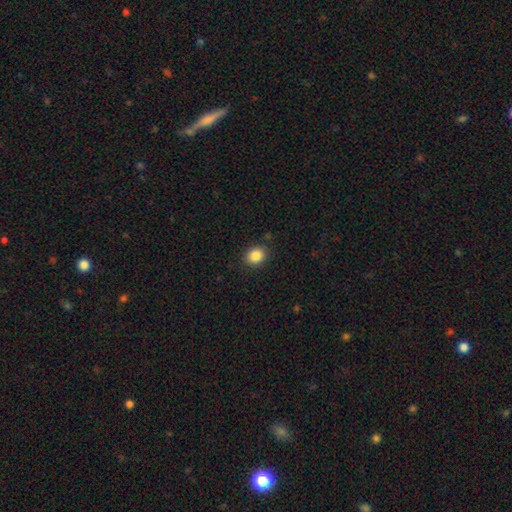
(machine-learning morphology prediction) This is clearly a smooth galaxy (86%). How rounded: possibly round (57%). Merging: clearly none (88%).